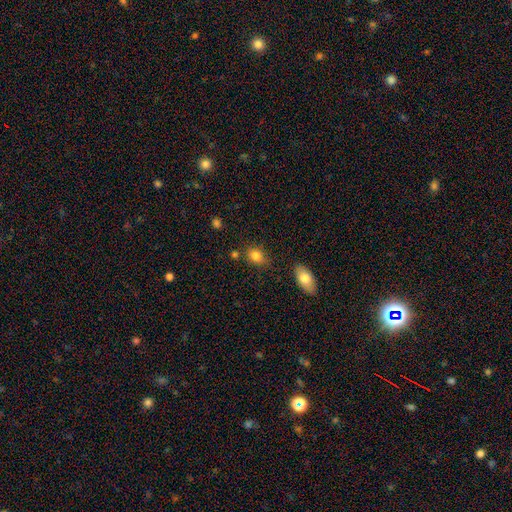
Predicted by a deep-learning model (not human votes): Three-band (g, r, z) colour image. It shows a smooth galaxy with no disk features (83%) that is in between round and cigar-shaped (65%). Merging: none (73%).